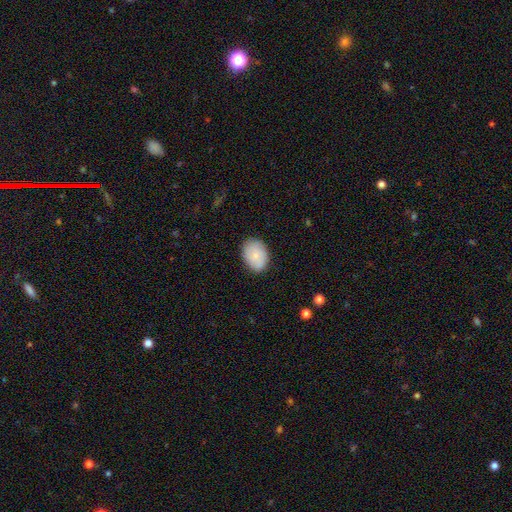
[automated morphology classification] The model was most divided on "how rounded": in between: 74%, round: 25%, cigar-shaped: 1%. More confident: merging — none (82%); smooth or featured — smooth (78%).